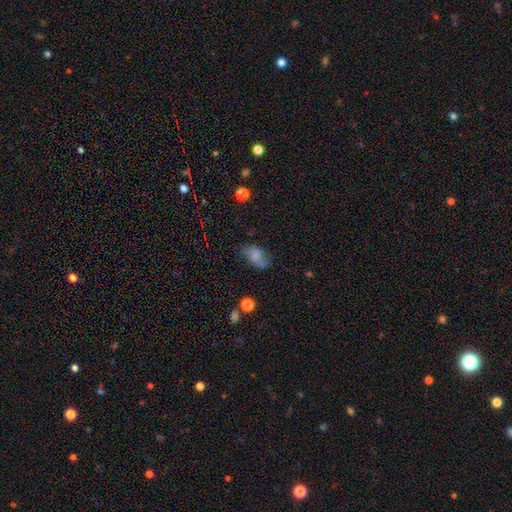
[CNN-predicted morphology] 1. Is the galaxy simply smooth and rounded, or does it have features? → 62% smooth, 27% featured or disk, 11% star or artifact.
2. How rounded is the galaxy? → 86% in between, 12% round, 2% cigar-shaped.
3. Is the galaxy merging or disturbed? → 58% none, 26% minor disturbance, 11% major disturbance, 6% merger.